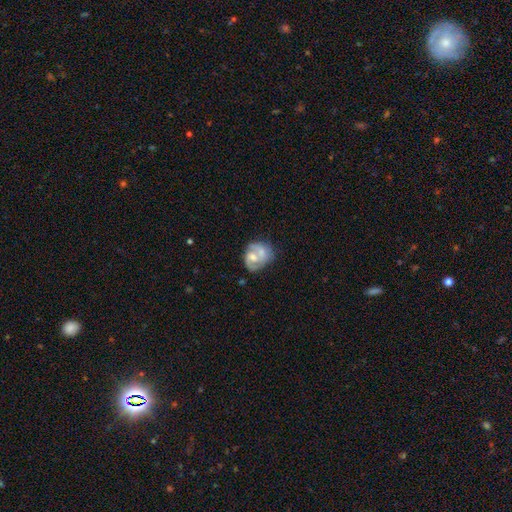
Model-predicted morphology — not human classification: Smooth or featured? featured or disk (62%)
Edge-on disk? no (98%)
Bar? no (67%)
Spiral arms? yes (69%)
Bulge size? moderate (55%)
Merging? merger (45%)